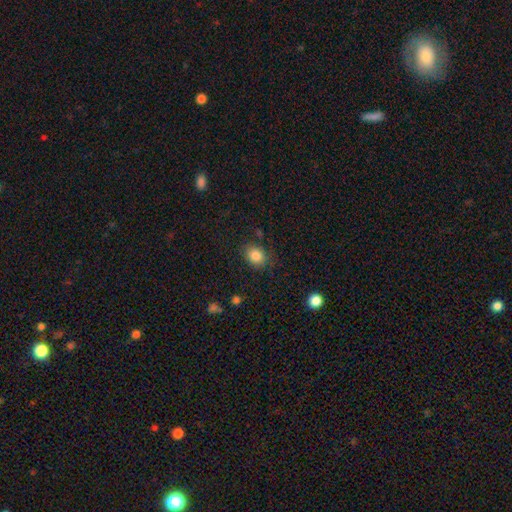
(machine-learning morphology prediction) The model was most divided on "how rounded": round: 50%, in between: 49%, cigar-shaped: 1%. More confident: smooth or featured — smooth (85%); merging — none (80%).